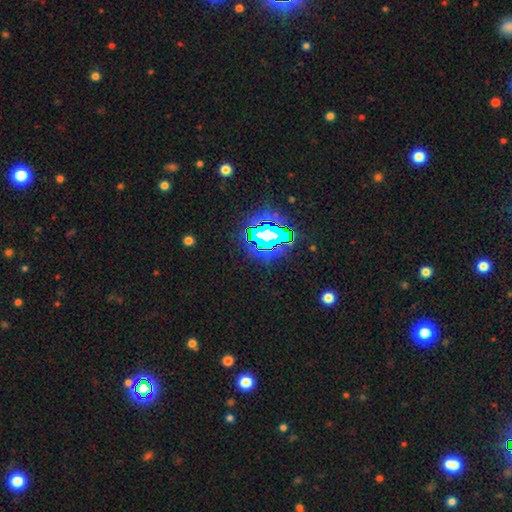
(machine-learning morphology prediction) type=star or artifact (82%).